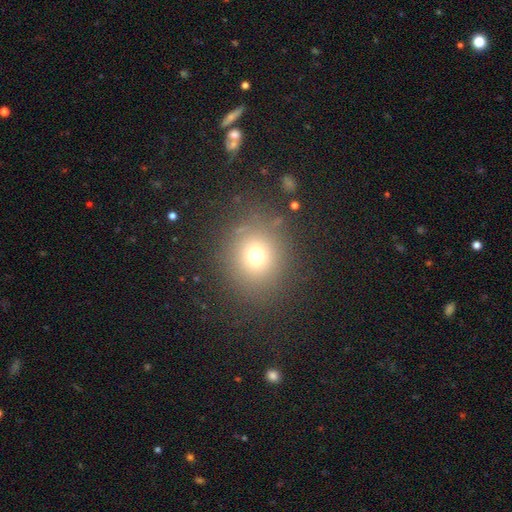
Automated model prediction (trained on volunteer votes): This appears to be a smooth galaxy with no disk features (70%) that is round (87%). Merging: none (84%).